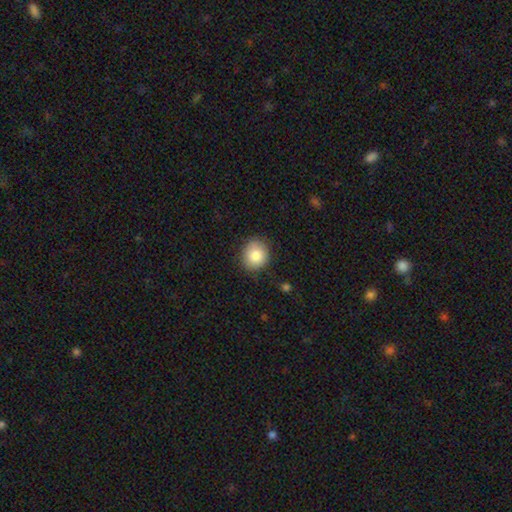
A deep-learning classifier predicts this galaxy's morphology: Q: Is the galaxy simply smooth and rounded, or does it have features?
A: smooth — 85%.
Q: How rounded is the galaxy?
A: round — 75%.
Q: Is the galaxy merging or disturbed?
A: none — 82%.